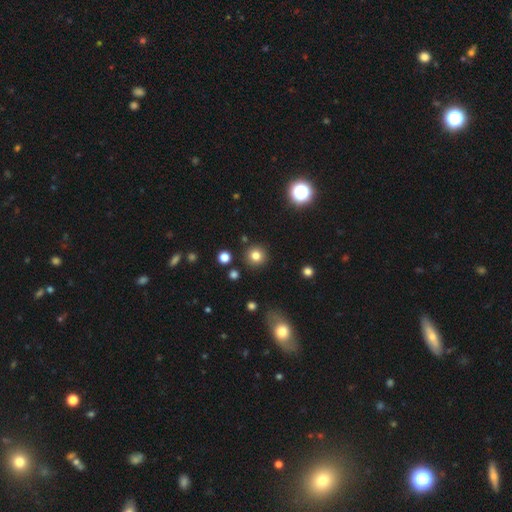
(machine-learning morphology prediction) smooth_or_featured: smooth (p=0.81) [alt: star or artifact p=0.13]
how_rounded: round (p=0.94) [alt: in between p=0.05]
merging: none (p=0.89) [alt: minor disturbance p=0.06]